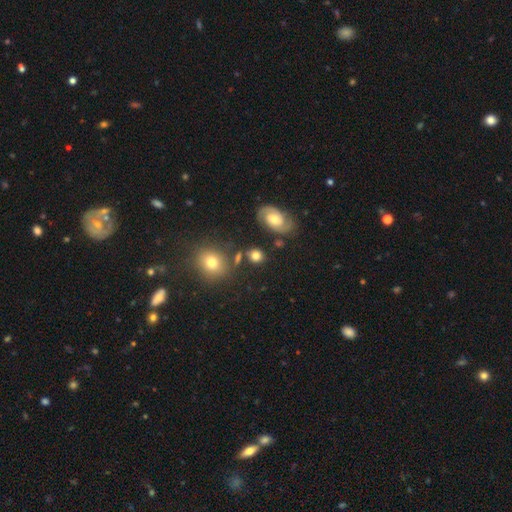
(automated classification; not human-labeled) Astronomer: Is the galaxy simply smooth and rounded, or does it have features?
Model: smooth — 69%.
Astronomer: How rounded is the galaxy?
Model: round — 61% (runner-up: in between, 37%).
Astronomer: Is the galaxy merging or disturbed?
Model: none — 75%.